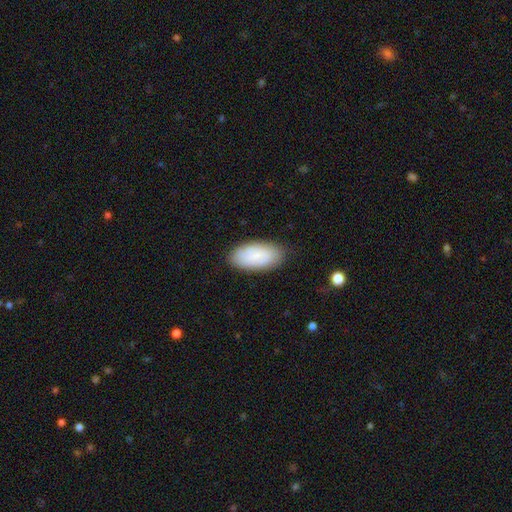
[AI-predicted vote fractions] smooth_or_featured: smooth (p=0.66) [alt: featured or disk p=0.27]
how_rounded: in between (p=0.94) [alt: cigar-shaped p=0.03]
merging: none (p=0.84) [alt: minor disturbance p=0.12]